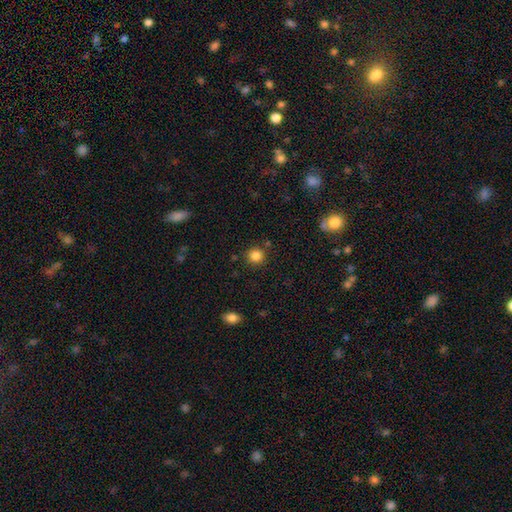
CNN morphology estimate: Overall: smooth (85%). How rounded: round (92%). Merging: none (86%).